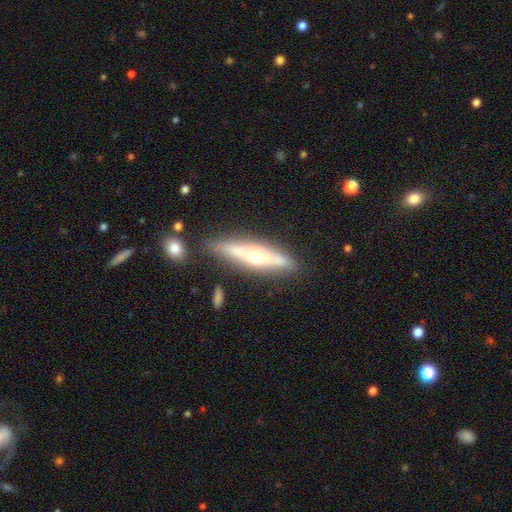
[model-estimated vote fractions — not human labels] A featured or disk galaxy (61%) viewed edge-on (89%) with a rounded central bulge (92%). Merging: none (81%).